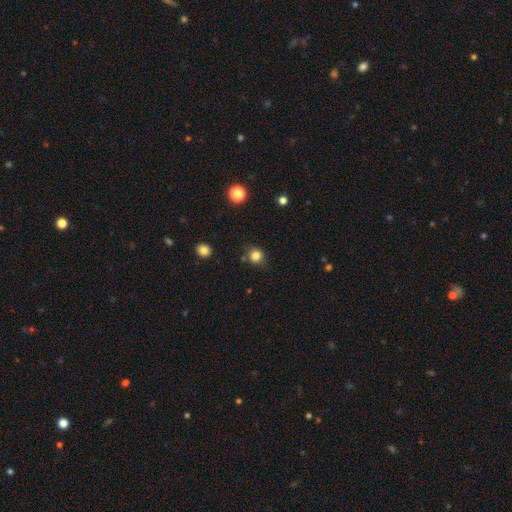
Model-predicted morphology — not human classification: smooth_or_featured: smooth (p=0.82) [alt: star or artifact p=0.13]
how_rounded: round (p=0.88) [alt: in between p=0.11]
merging: none (p=0.80) [alt: minor disturbance p=0.13]